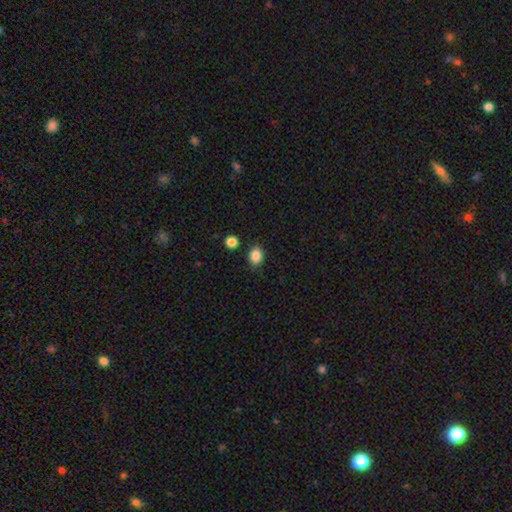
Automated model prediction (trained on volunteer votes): Overall: smooth (86%). How rounded: in between (50%; round 49%). Merging: none (83%).